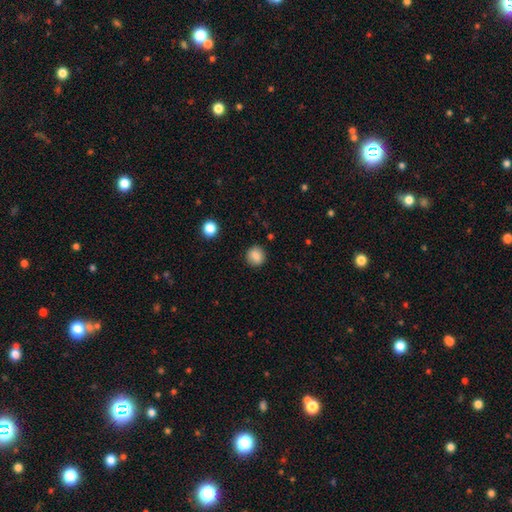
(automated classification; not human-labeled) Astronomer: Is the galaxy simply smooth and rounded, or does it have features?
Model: smooth — 86%.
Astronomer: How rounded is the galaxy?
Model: round — 85%.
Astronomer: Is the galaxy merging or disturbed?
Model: none — 88%.